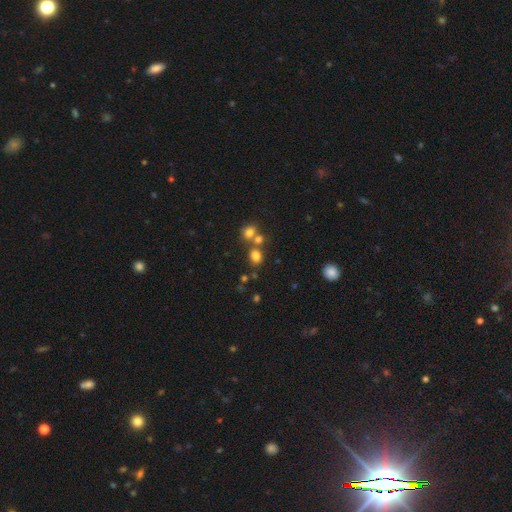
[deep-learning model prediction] Overall: smooth (75%). How rounded: round (60%; in between 39%). Merging: none (56%; merger 31%).